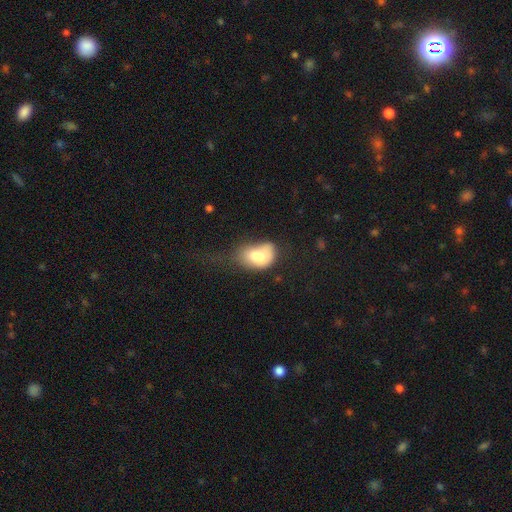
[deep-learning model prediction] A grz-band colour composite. It shows a smooth galaxy with no disk features (71%) that is in between round and cigar-shaped (82%). Merging: major disturbance (29%).